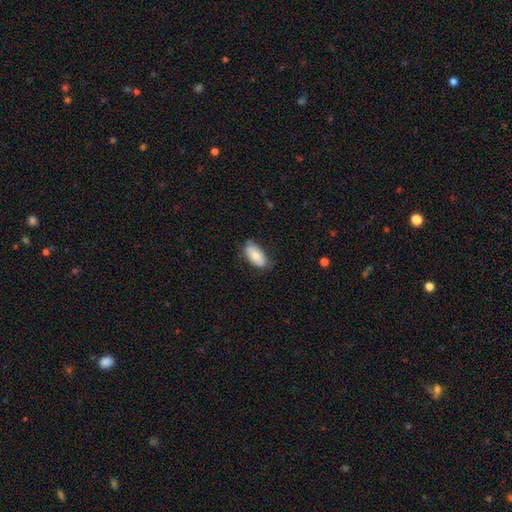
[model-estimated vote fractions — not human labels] Morphology: type=smooth (73%); roundness=in between (93%); merging=none (73%).